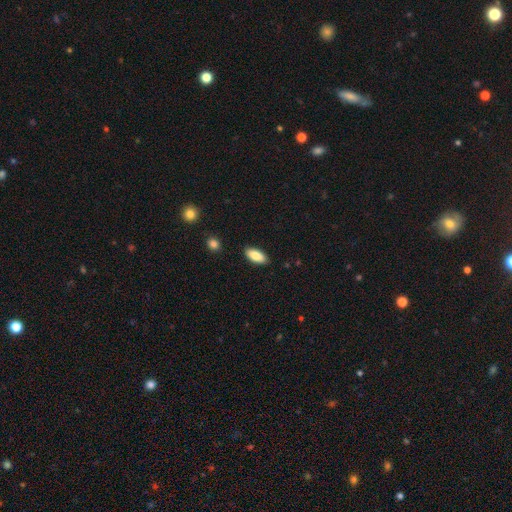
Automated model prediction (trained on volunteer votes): The model was most divided on "smooth or featured": smooth: 85%, featured or disk: 9%, star or artifact: 7%. More confident: how rounded — in between (89%); merging — none (88%).